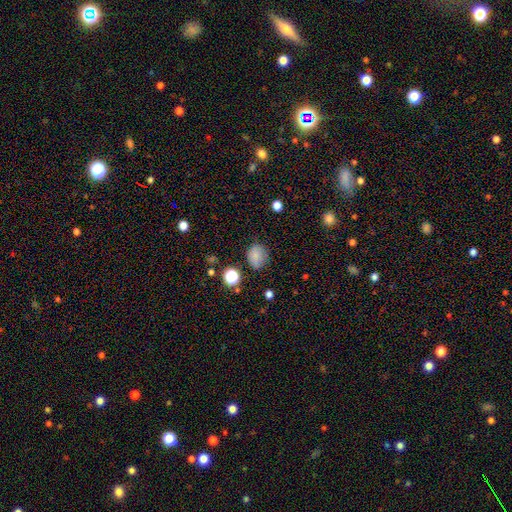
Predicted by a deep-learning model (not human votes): smooth-or-featured: smooth: 77% | star or artifact: 15% | featured or disk: 8%
  how-rounded: round: 59% | in between: 40% | cigar-shaped: 1%
  merging: none: 70% | minor disturbance: 22% | major disturbance: 6% | merger: 2%